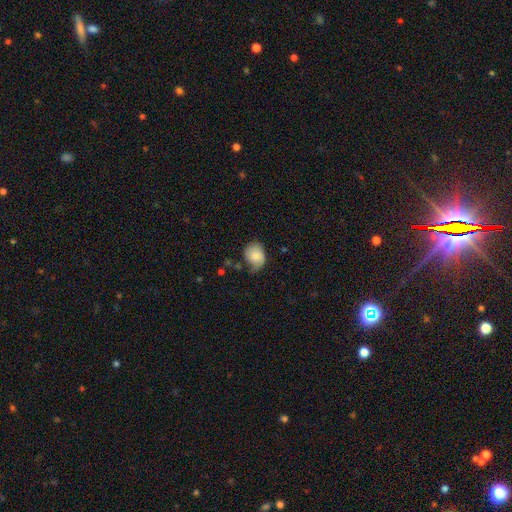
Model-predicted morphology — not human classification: smooth 78%, featured or disk 15%, star or artifact 8%. Down the decision tree: how rounded — in between (53%); merging — none (49%).